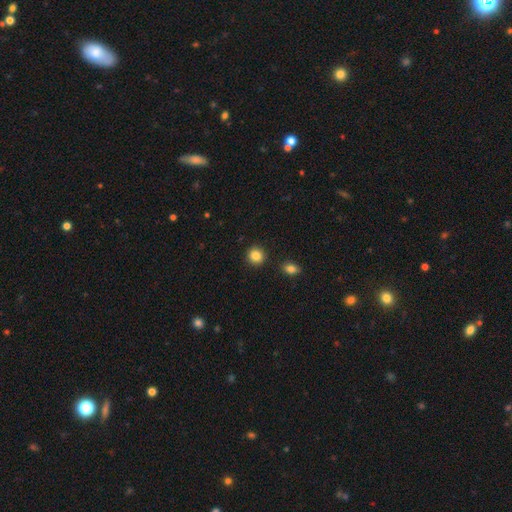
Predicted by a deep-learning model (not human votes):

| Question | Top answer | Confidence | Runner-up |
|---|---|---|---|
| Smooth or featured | smooth | 86% | star or artifact (10%) |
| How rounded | round | 90% | in between (9%) |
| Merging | none | 91% | minor disturbance (5%) |